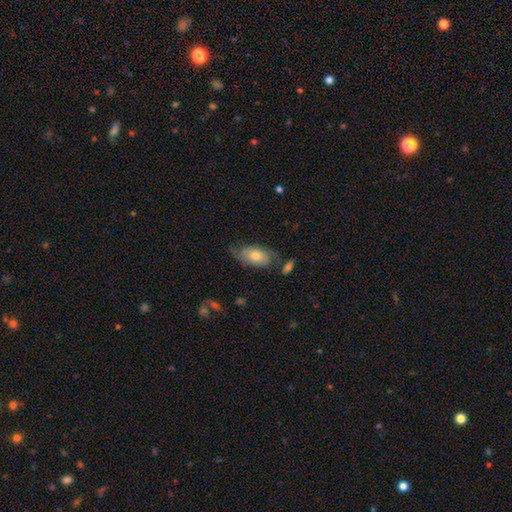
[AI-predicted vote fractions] Smooth or featured?
  - featured or disk: 49% *
  - smooth: 43%
  - star or artifact: 8%
Merging?
  - none: 57% *
  - minor disturbance: 25%
  - major disturbance: 13%
  - merger: 5%